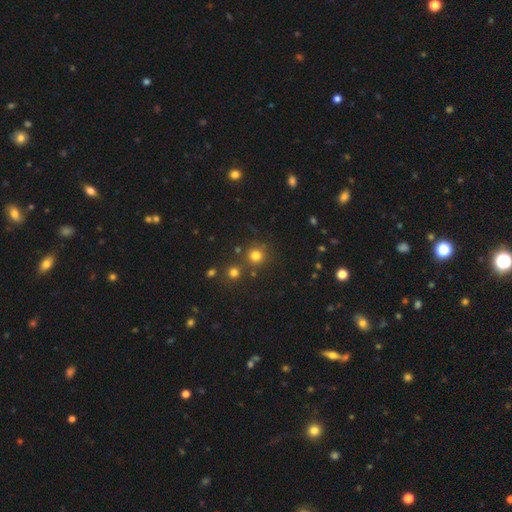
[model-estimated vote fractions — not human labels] Smooth or featured? smooth (76%)
How rounded? round (92%)
Merging? none (77%)